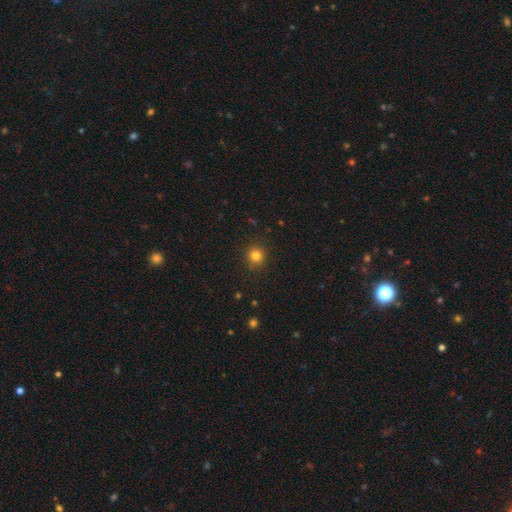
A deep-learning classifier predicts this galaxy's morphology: smooth_or_featured: smooth (p=0.81) [alt: star or artifact p=0.13]
how_rounded: round (p=0.93) [alt: in between p=0.06]
merging: none (p=0.90) [alt: minor disturbance p=0.07]